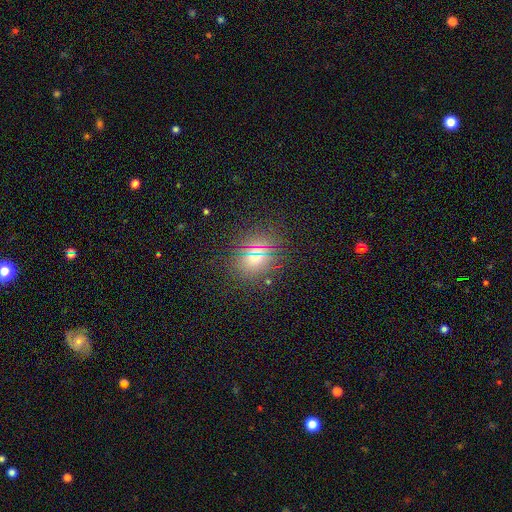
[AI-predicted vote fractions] smooth_or_featured: smooth (p=0.55) [alt: star or artifact p=0.33]
how_rounded: round (p=0.72) [alt: in between p=0.26]
merging: none (p=0.83) [alt: minor disturbance p=0.10]